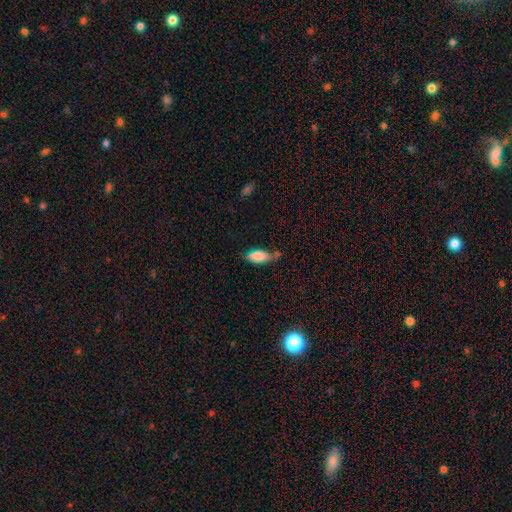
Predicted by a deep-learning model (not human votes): smooth 78%, featured or disk 15%, star or artifact 8%. Down the decision tree: how rounded — in between (85%); merging — none (47%).